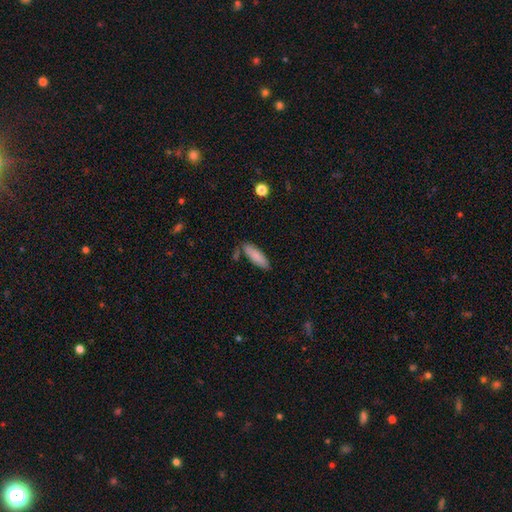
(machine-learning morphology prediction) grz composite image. It shows a smooth galaxy with no disk features (86%) that is in between round and cigar-shaped (60%). Merging: none (75%).